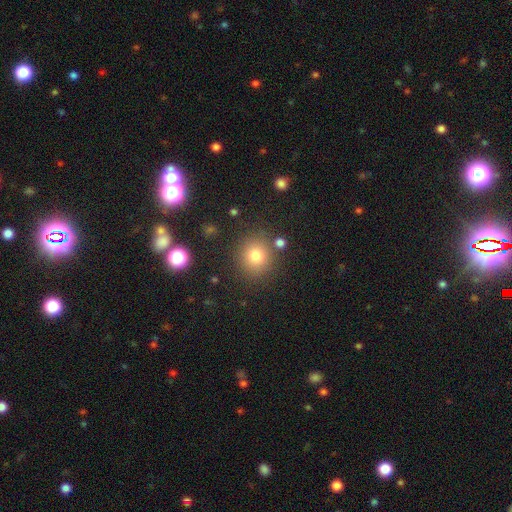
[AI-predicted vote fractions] Smooth or featured? smooth (78%)
How rounded? round (87%)
Merging? none (83%)